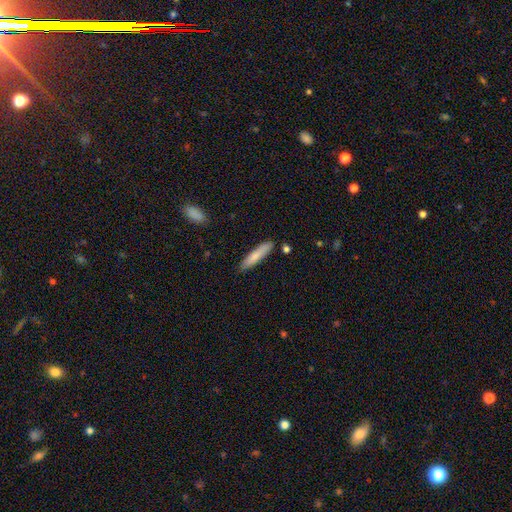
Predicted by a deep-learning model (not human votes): Smooth or featured: smooth — 78% (featured or disk — 16%)
How rounded: cigar-shaped — 86% (in between — 13%)
Merging: none — 86% (minor disturbance — 10%)